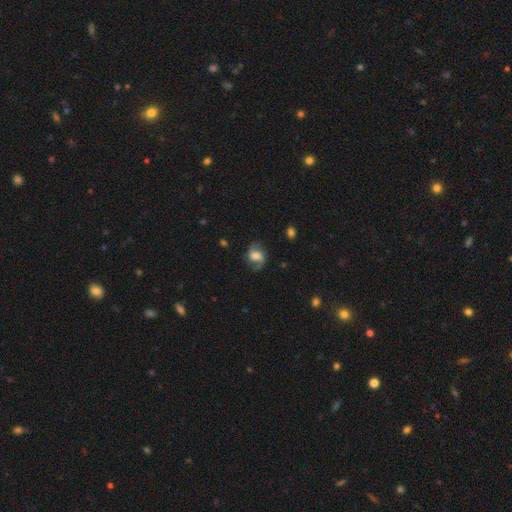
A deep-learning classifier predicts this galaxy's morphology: smooth-or-featured: featured or disk: 71% | smooth: 21% | star or artifact: 8%
  disk-edge-on: no: 97% | yes: 3%
    bar: weak: 45% | no: 40% | strong: 15%
    has-spiral-arms: yes: 93% | no: 7%
      spiral-winding: medium: 47% | loose: 40% | tight: 14%
      spiral-arm-count: 2: 83% | 1: 10% | can't tell: 4% | 3: 1% | 4: 1% | more than 4: 1%
    bulge-size: moderate: 42% | large: 28% | small: 18% | none: 8% | dominant: 4%
  merging: none: 71% | minor disturbance: 17% | major disturbance: 10% | merger: 2%